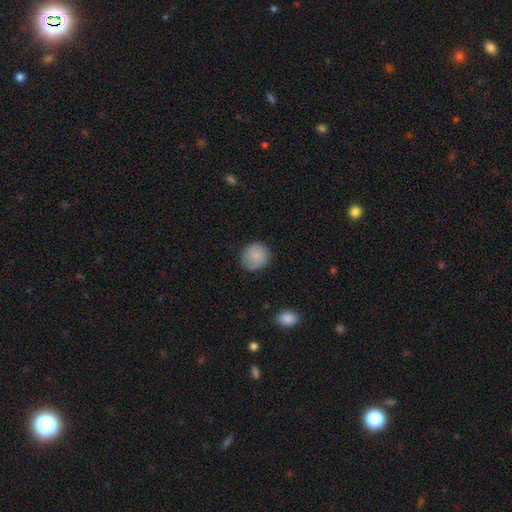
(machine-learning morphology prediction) type=smooth (87%); roundness=round (87%); merging=none (84%).